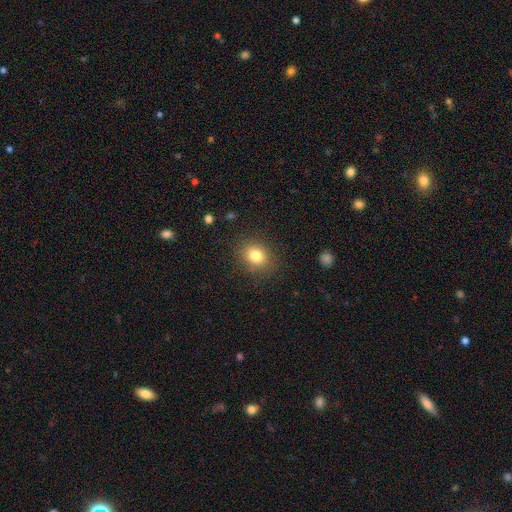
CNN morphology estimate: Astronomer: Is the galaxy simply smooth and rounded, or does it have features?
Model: smooth — 81%.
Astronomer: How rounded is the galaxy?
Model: round — 57% (runner-up: in between, 42%).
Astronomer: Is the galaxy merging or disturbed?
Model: none — 85%.